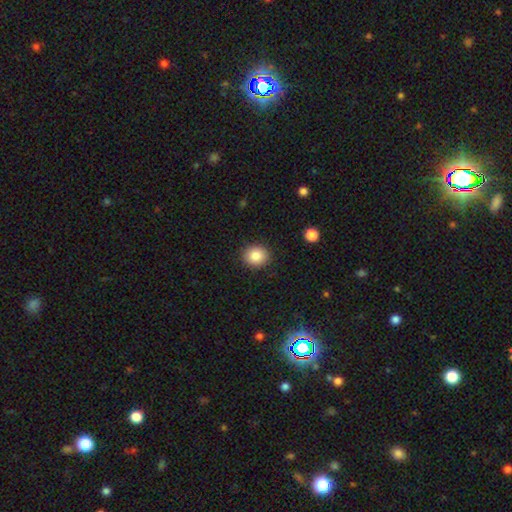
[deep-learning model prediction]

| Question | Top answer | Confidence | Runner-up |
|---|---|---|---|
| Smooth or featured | smooth | 84% | star or artifact (9%) |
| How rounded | round | 77% | in between (22%) |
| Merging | none | 90% | minor disturbance (7%) |